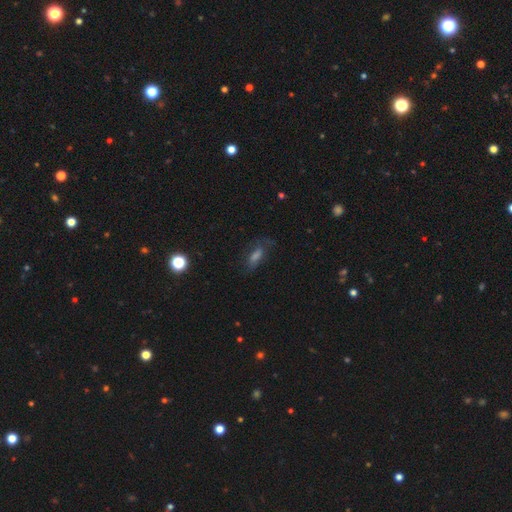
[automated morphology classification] This appears to be a smooth galaxy with no disk features (47%). Merging: none (63%).